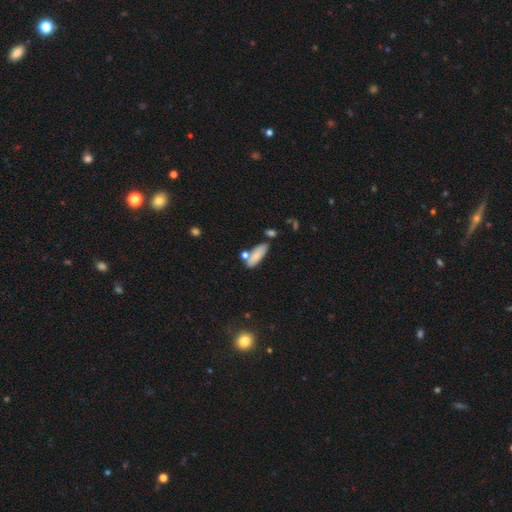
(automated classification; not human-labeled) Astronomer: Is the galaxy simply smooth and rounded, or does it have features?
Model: smooth — 77%.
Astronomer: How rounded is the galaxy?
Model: in between — 62%.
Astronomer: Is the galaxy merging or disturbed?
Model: none — 65%.